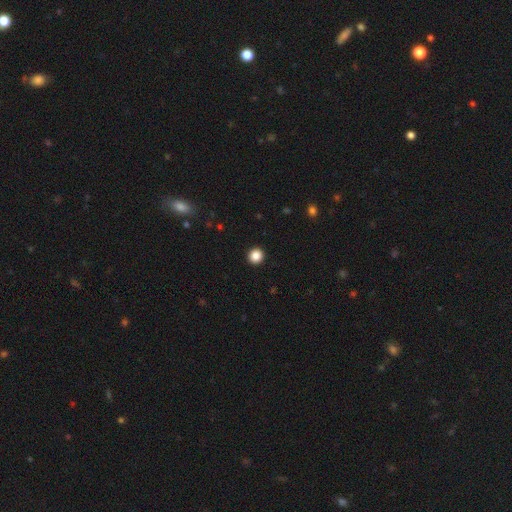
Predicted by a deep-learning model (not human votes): Smooth or featured: smooth — 87% (star or artifact — 10%)
How rounded: round — 93% (in between — 6%)
Merging: none — 94% (minor disturbance — 4%)